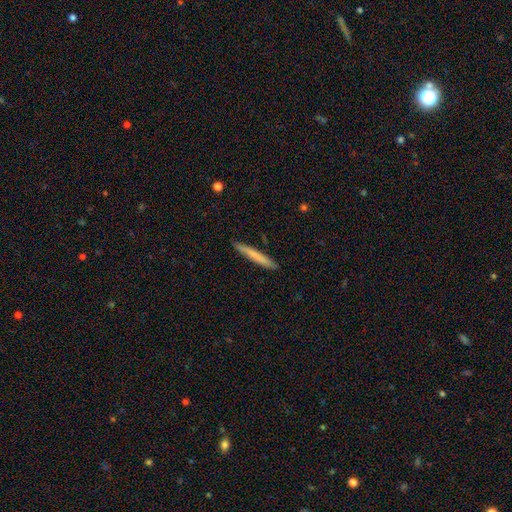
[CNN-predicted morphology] smooth-or-featured: smooth: 70% | featured or disk: 24% | star or artifact: 5%
  how-rounded: cigar-shaped: 96% | in between: 2% | round: 1%
  merging: none: 90% | minor disturbance: 7% | major disturbance: 1% | merger: 1%